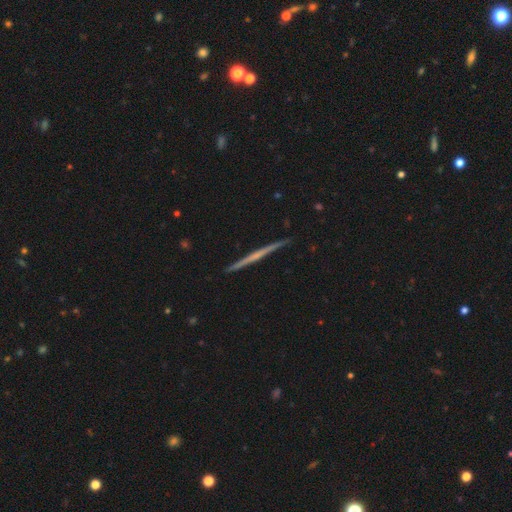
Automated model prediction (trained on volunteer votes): Smooth or featured? featured or disk (69%)
Edge-on disk? yes (98%)
Edge-on bulge? none (71%)
Merging? none (92%)